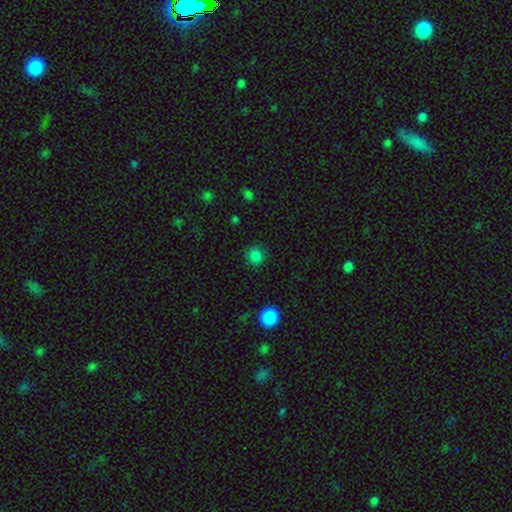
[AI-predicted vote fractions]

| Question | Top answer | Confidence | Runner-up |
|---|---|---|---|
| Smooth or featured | smooth | 84% | star or artifact (13%) |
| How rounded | round | 90% | in between (9%) |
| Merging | none | 88% | minor disturbance (8%) |